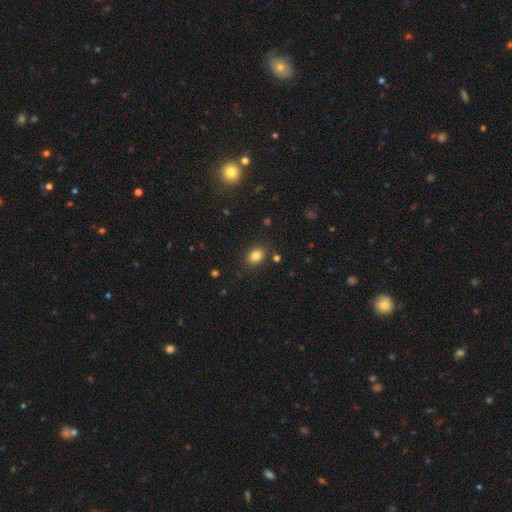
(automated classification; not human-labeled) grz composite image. It shows a smooth galaxy with no disk features (82%) that is in between round and cigar-shaped (57%). Merging: none (85%).